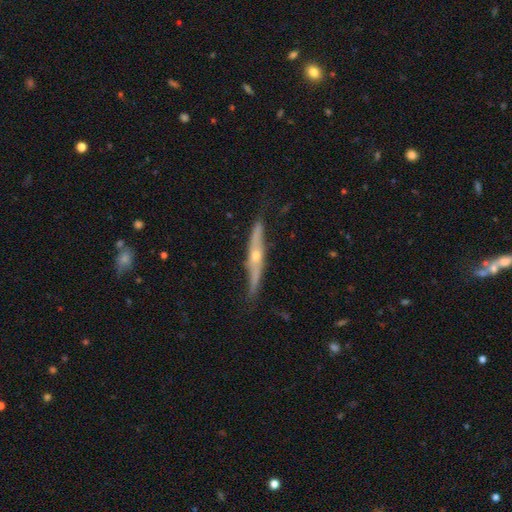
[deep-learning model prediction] Smooth or featured: featured or disk — 75% (smooth — 19%)
Edge-on disk: yes — 86% (no — 14%)
Edge-on bulge: rounded — 86% (none — 11%)
Merging: none — 73% (minor disturbance — 21%)